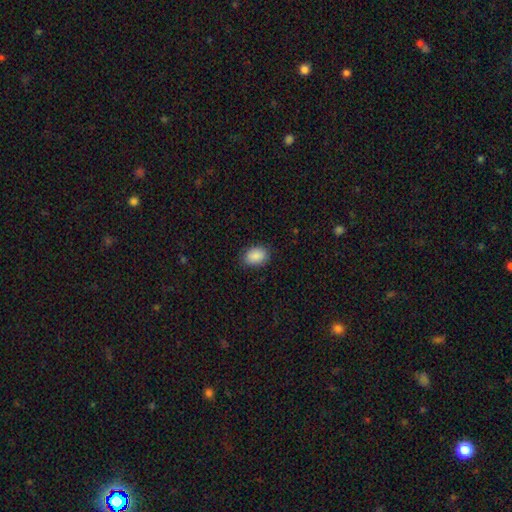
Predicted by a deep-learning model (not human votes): Smooth or featured? Predicted: smooth (p=0.89). How rounded? Predicted: in between (p=0.83). Merging? Predicted: none (p=0.84).